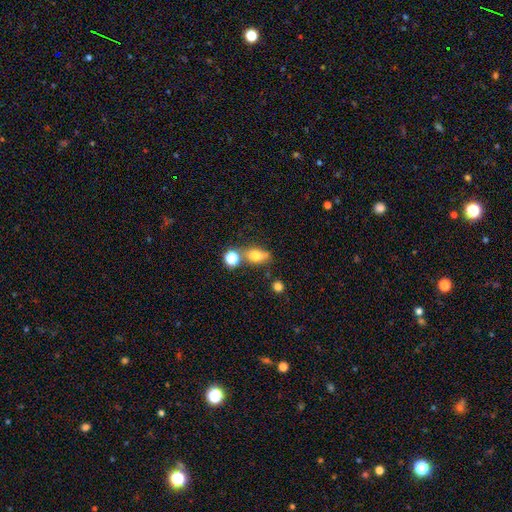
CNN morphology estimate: A smooth galaxy with no disk features (73%) that is in between round and cigar-shaped (66%).

Vote fractions:
- Smooth or featured? smooth: 73% / featured or disk: 14% / star or artifact: 13%
- How rounded? in between: 66% / round: 29% / cigar-shaped: 5%
- Merging? none: 58% / merger: 20% / minor disturbance: 16% / major disturbance: 6%